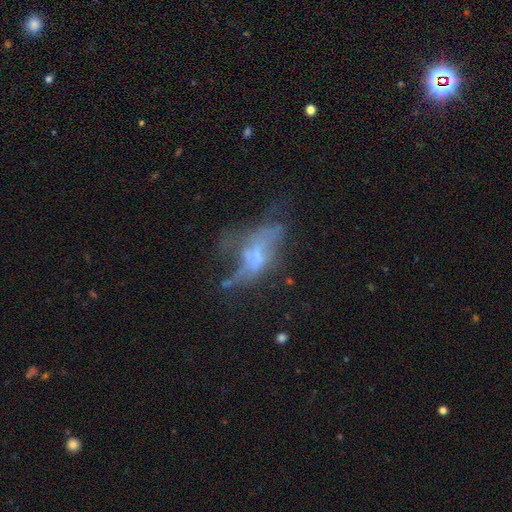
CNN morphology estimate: A featured or disk galaxy (57%).

Vote fractions:
- Smooth or featured? featured or disk: 57% / smooth: 27% / star or artifact: 16%
- Edge-on disk? no: 87% / yes: 13%
- Merging? major disturbance: 43% / none: 27% / minor disturbance: 17% / merger: 13%